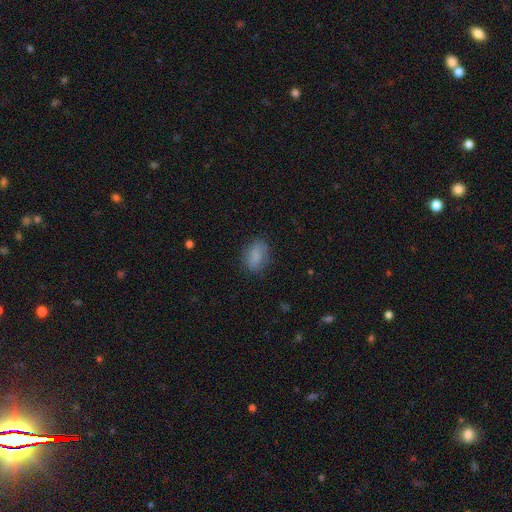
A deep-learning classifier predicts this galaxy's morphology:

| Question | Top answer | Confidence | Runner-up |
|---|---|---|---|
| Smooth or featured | smooth | 81% | featured or disk (10%) |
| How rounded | in between | 81% | round (15%) |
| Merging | none | 78% | minor disturbance (16%) |